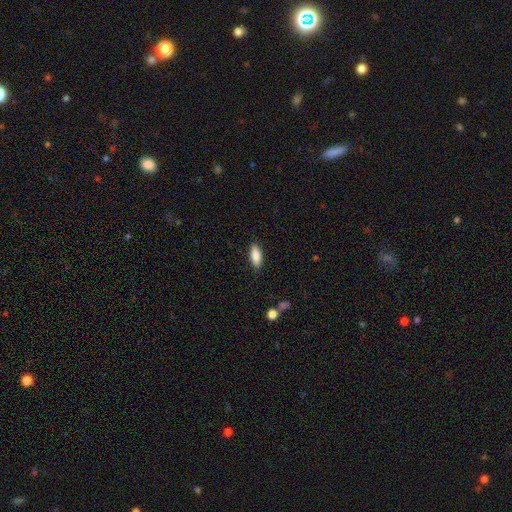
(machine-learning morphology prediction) smooth 86%, featured or disk 8%, star or artifact 6%. Down the decision tree: how rounded — in between (75%); merging — none (86%).